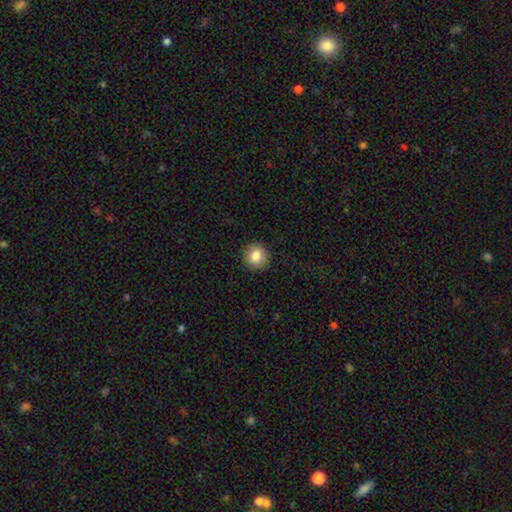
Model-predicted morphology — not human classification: Smooth or featured? Predicted: smooth (p=0.84). How rounded? Predicted: round (p=0.89). Merging? Predicted: none (p=0.90).